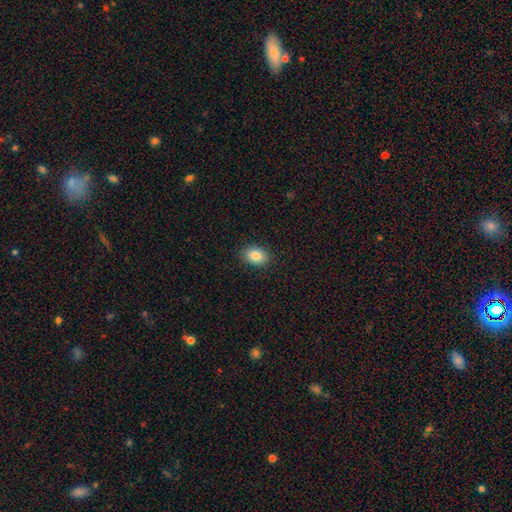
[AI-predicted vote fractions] smooth-or-featured: smooth: 84% | star or artifact: 9% | featured or disk: 7%
  how-rounded: in between: 64% | round: 35% | cigar-shaped: 1%
  merging: none: 88% | minor disturbance: 8% | major disturbance: 2% | merger: 1%